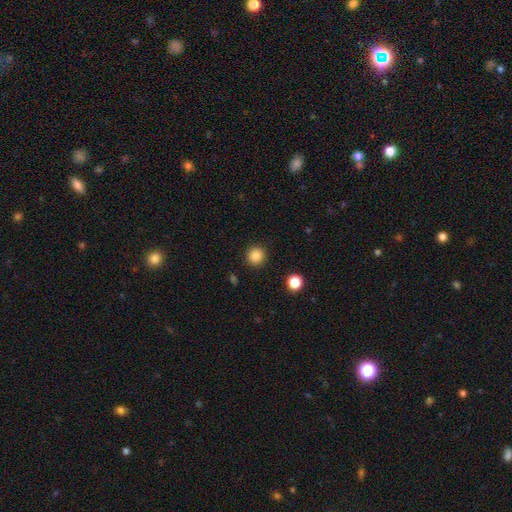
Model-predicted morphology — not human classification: A smooth galaxy with no disk features (86%) that is round (93%).

Vote fractions:
- Smooth or featured? smooth: 86% / star or artifact: 11% / featured or disk: 3%
- How rounded? round: 93% / in between: 6% / cigar-shaped: 1%
- Merging? none: 92% / minor disturbance: 5% / major disturbance: 2% / merger: 1%